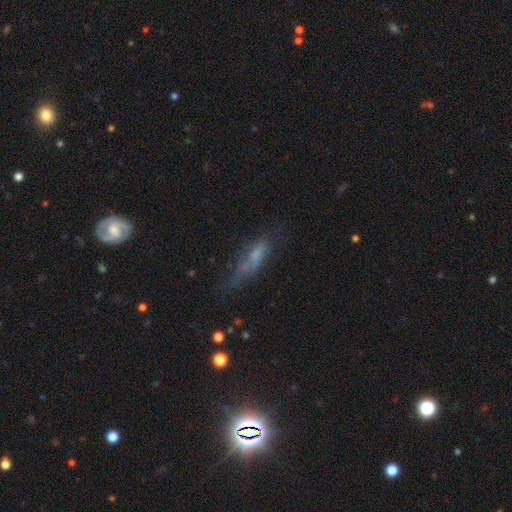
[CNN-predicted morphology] Smooth or featured? smooth (53%)
How rounded? cigar-shaped (62%)
Merging? none (41%)